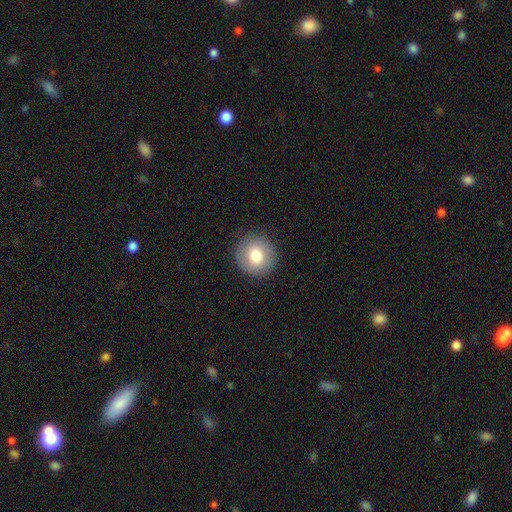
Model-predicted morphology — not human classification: Smooth or featured? smooth (75%)
How rounded? round (91%)
Merging? none (88%)